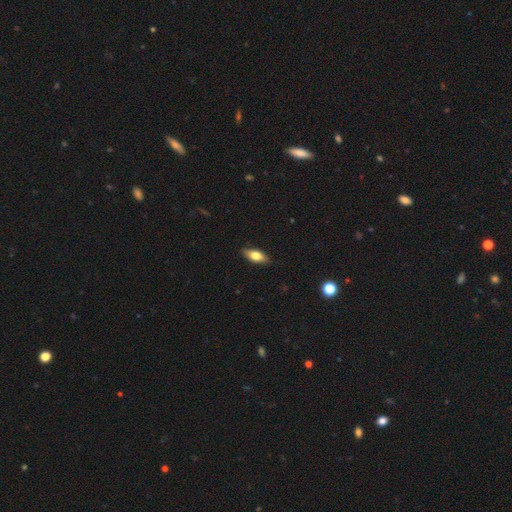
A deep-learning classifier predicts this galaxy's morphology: Overall: smooth (68%). How rounded: in between (78%). Merging: none (87%).